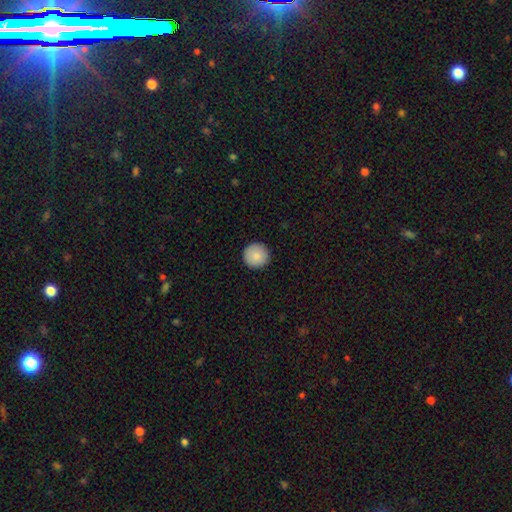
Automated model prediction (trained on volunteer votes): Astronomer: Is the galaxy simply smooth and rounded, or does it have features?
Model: smooth — 86%.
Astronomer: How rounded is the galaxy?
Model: round — 96%.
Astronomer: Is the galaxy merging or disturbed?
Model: none — 92%.